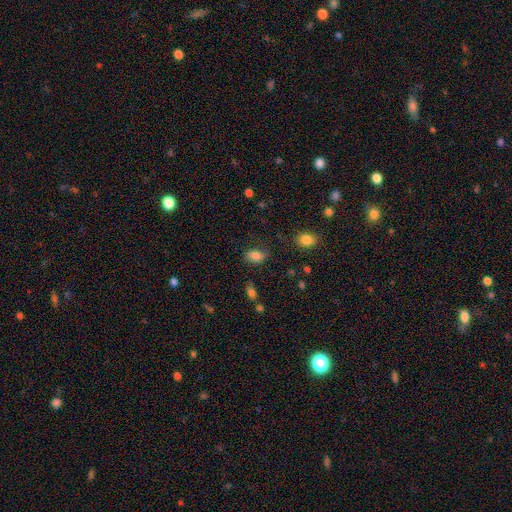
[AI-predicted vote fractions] Smooth or featured?
  - smooth: 77% *
  - featured or disk: 13%
  - star or artifact: 10%
How rounded?
  - in between: 82% *
  - round: 16%
  - cigar-shaped: 2%
Merging?
  - none: 66% *
  - minor disturbance: 23%
  - major disturbance: 9%
  - merger: 2%